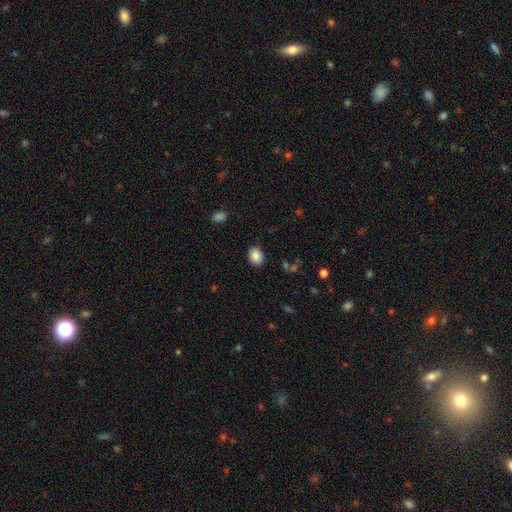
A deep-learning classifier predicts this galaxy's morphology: Smooth or featured?
  - smooth: 87% *
  - star or artifact: 9%
  - featured or disk: 5%
How rounded?
  - in between: 60% *
  - round: 39%
  - cigar-shaped: 1%
Merging?
  - none: 86% *
  - minor disturbance: 10%
  - major disturbance: 3%
  - merger: 1%